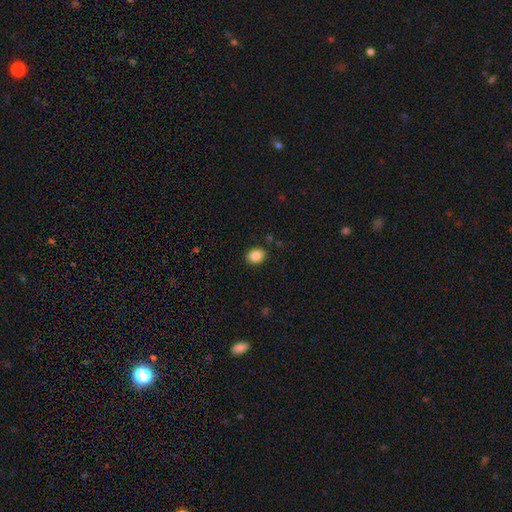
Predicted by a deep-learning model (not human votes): Q: Smooth or featured?
A: smooth (87%); runner-up: star or artifact (9%)
Q: How rounded?
A: round (50%); runner-up: in between (49%)
Q: Merging?
A: none (89%); runner-up: minor disturbance (8%)